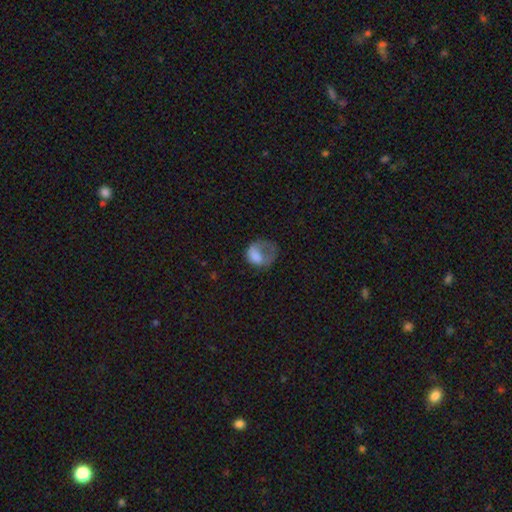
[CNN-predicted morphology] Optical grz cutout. It shows a smooth galaxy with no disk features (67%) that is in between round and cigar-shaped (51%). Merging: major disturbance (54%).